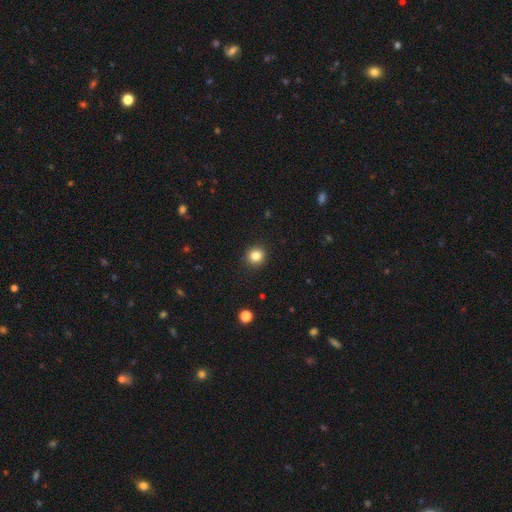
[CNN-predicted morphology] Smooth or featured?
  - smooth: 83% *
  - star or artifact: 11%
  - featured or disk: 5%
How rounded?
  - round: 90% *
  - in between: 9%
  - cigar-shaped: 1%
Merging?
  - none: 92% *
  - minor disturbance: 5%
  - major disturbance: 2%
  - merger: 1%